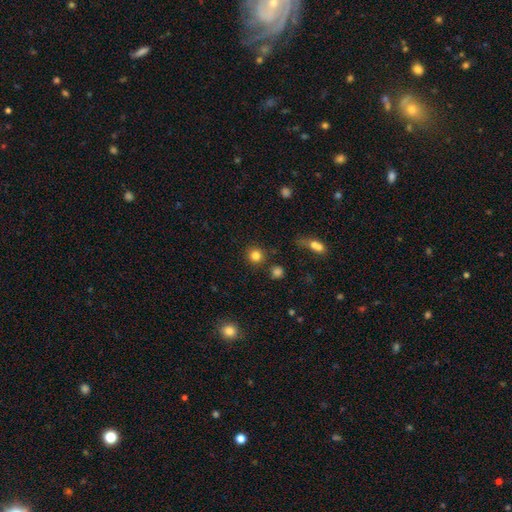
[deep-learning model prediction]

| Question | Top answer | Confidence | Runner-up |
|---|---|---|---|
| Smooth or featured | smooth | 83% | star or artifact (12%) |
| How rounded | round | 92% | in between (7%) |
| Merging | none | 85% | minor disturbance (7%) |